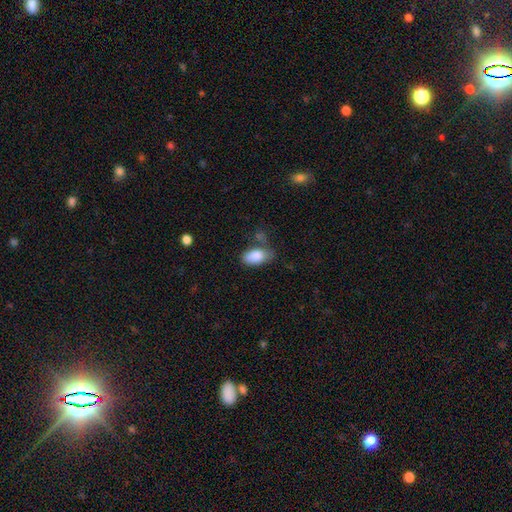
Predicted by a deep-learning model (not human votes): Smooth or featured? smooth (85%)
How rounded? in between (93%)
Merging? none (57%)